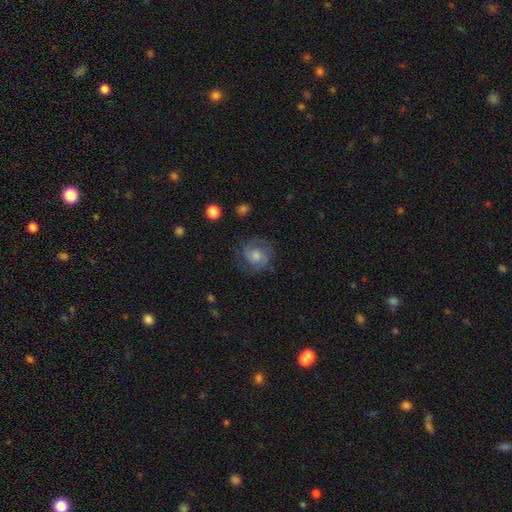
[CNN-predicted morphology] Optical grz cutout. It shows a featured or disk galaxy (65%) with no bar (65%), 2 (72%) tight (44%, tied with medium) spiral arms (92%) and a moderate central bulge (50%). Merging: none (77%).